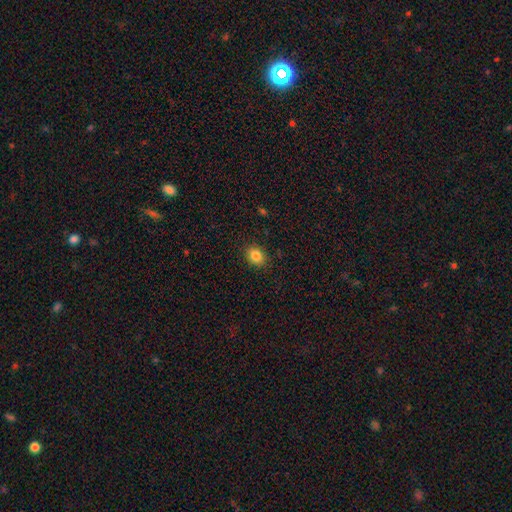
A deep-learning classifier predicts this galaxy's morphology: smooth_or_featured: smooth (p=0.85) [alt: star or artifact p=0.10]
how_rounded: in between (p=0.51) [alt: round p=0.49]
merging: none (p=0.88) [alt: minor disturbance p=0.09]